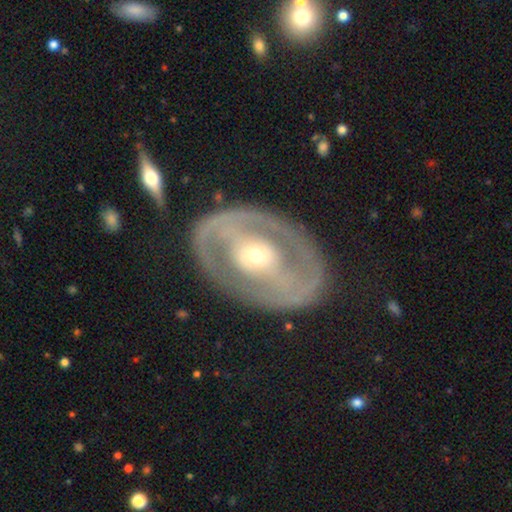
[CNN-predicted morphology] Overall: featured or disk (78%). Edge-on disk: no (94%). Bar: no (60%; weak 23%). Spiral arms: yes (51%; no 49%). Bulge size: small (64%; moderate 31%). Merging: none (70%).